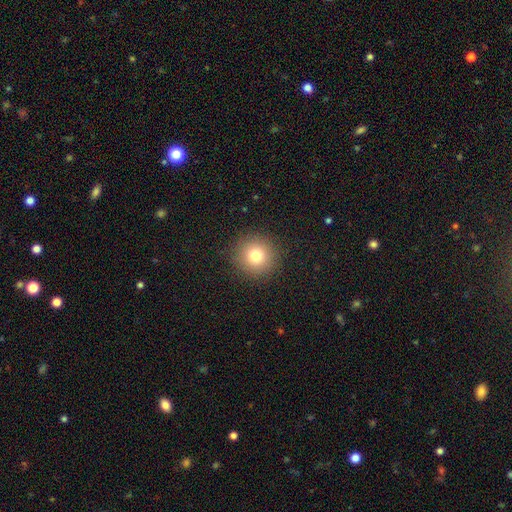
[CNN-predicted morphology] smooth_or_featured: smooth (p=0.78) [alt: star or artifact p=0.13]
how_rounded: round (p=0.95) [alt: in between p=0.04]
merging: none (p=0.91) [alt: minor disturbance p=0.06]